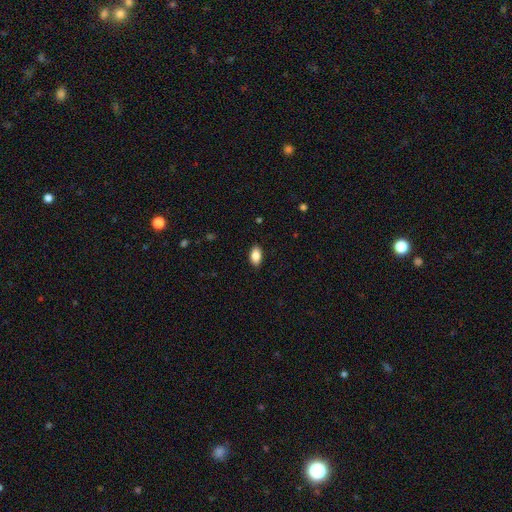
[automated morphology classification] This is clearly a smooth galaxy (87%). How rounded: clearly in between (92%). Merging: clearly none (89%).